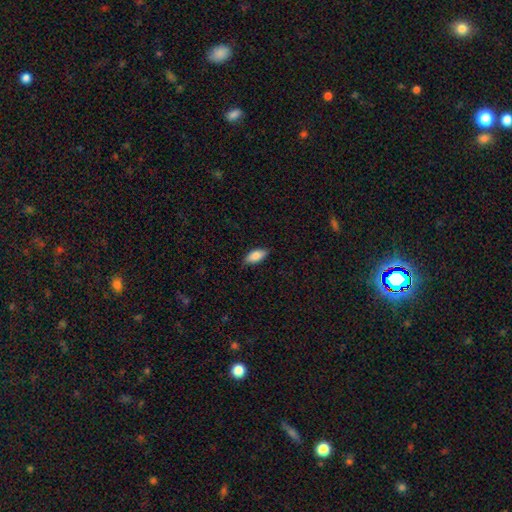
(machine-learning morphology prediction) Smooth or featured? smooth (86%)
How rounded? in between (87%)
Merging? none (81%)